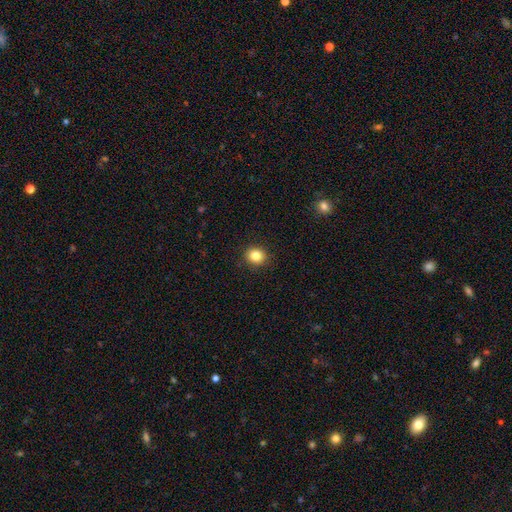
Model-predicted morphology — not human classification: Smooth or featured? smooth (84%)
How rounded? round (82%)
Merging? none (91%)